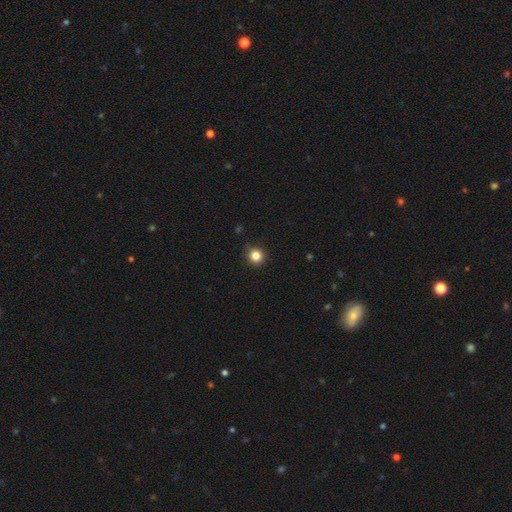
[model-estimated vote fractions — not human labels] Smooth or featured? smooth (84%)
How rounded? round (93%)
Merging? none (89%)